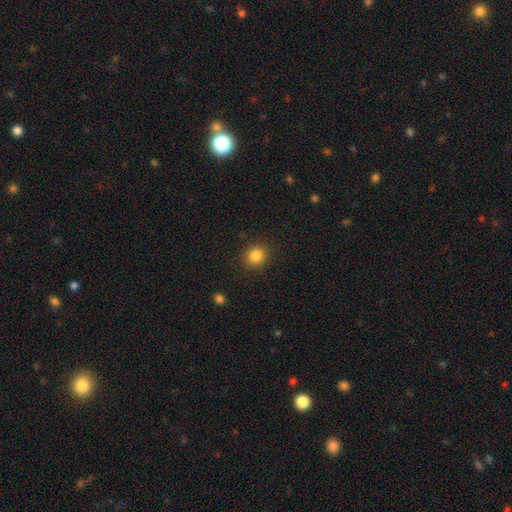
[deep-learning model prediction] smooth 85%, star or artifact 11%, featured or disk 5%. Down the decision tree: how rounded — round (82%); merging — none (90%).